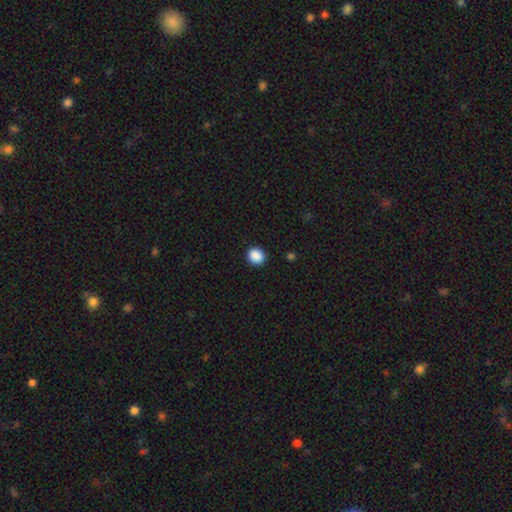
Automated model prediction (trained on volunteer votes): smooth 89%, star or artifact 9%, featured or disk 2%. Down the decision tree: how rounded — round (74%); merging — none (90%).